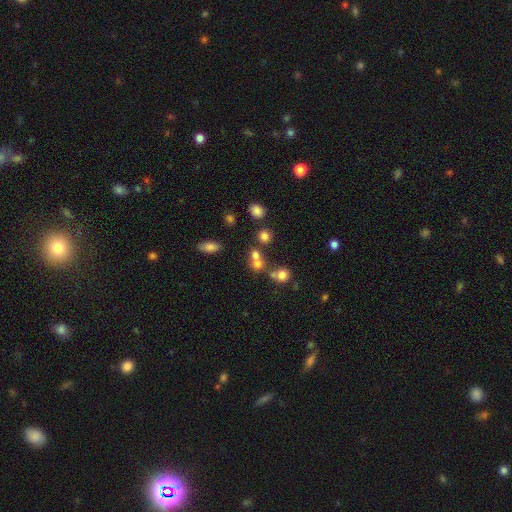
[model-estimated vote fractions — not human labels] Smooth or featured?
  - smooth: 67% *
  - star or artifact: 19%
  - featured or disk: 14%
How rounded?
  - round: 77% *
  - in between: 22%
  - cigar-shaped: 2%
Merging?
  - none: 44% *
  - merger: 43%
  - minor disturbance: 8%
  - major disturbance: 4%